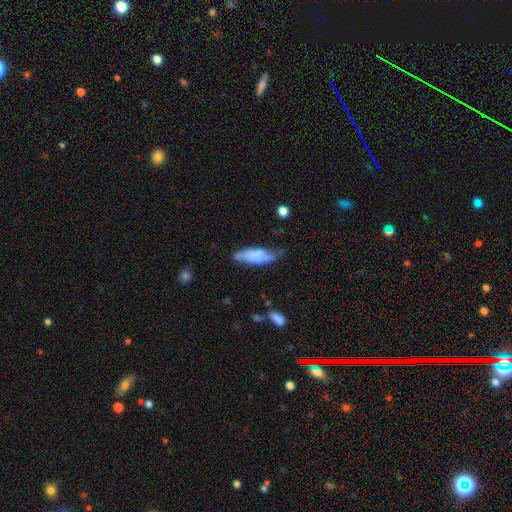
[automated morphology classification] Q: Smooth or featured?
A: smooth (59%); runner-up: featured or disk (34%)
Q: How rounded?
A: in between (55%); runner-up: cigar-shaped (43%)
Q: Merging?
A: none (42%); runner-up: minor disturbance (34%)